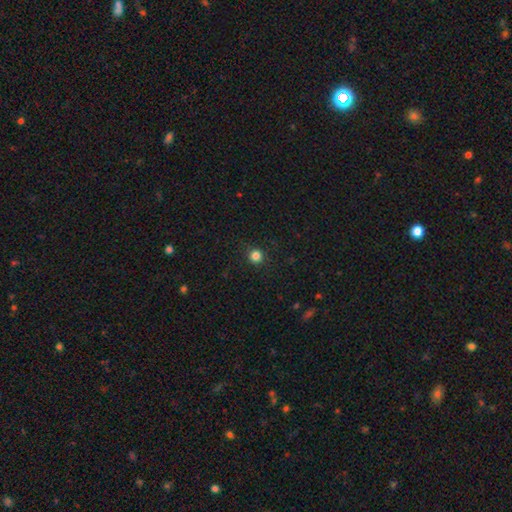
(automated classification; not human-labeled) Smooth or featured? Predicted: smooth (p=0.83). How rounded? Predicted: round (p=0.94). Merging? Predicted: none (p=0.91).